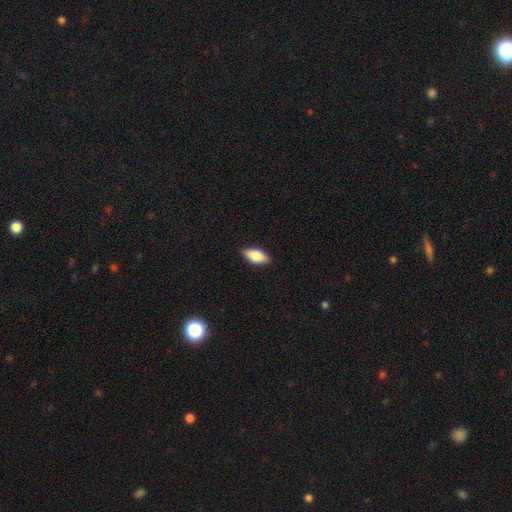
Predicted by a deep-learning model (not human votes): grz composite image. It shows a smooth galaxy with no disk features (79%) that is in between round and cigar-shaped (88%). Merging: none (88%).